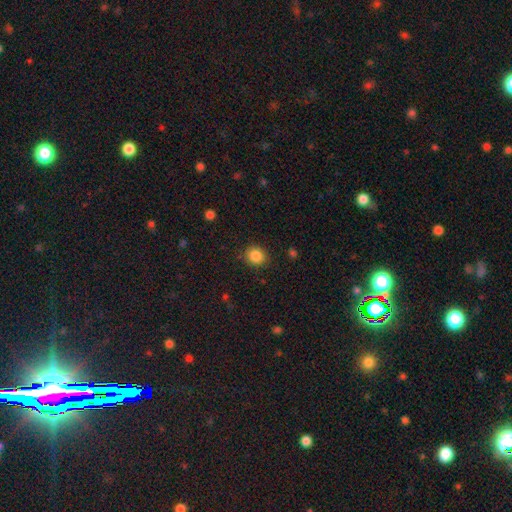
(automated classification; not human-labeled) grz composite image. It shows a smooth galaxy with no disk features (86%) that is round (78%). Merging: none (87%).